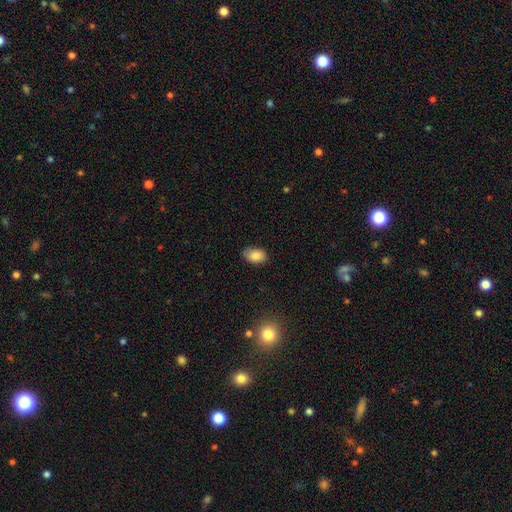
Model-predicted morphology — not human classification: Smooth or featured: smooth — 85% (star or artifact — 8%)
How rounded: in between — 88% (round — 11%)
Merging: none — 76% (minor disturbance — 20%)